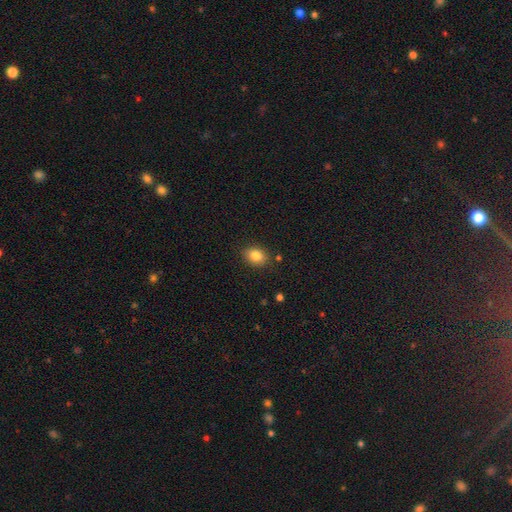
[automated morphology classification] smooth_or_featured: smooth (p=0.84) [alt: star or artifact p=0.10]
how_rounded: in between (p=0.66) [alt: round p=0.32]
merging: none (p=0.84) [alt: minor disturbance p=0.11]